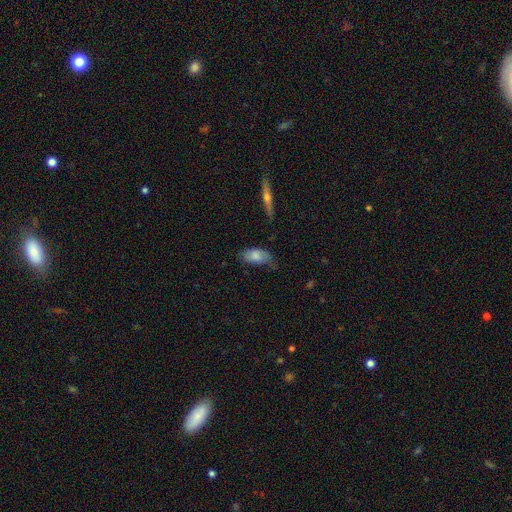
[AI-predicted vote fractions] smooth_or_featured: smooth (p=0.78) [alt: featured or disk p=0.16]
how_rounded: in between (p=0.91) [alt: cigar-shaped p=0.05]
merging: none (p=0.52) [alt: minor disturbance p=0.36]